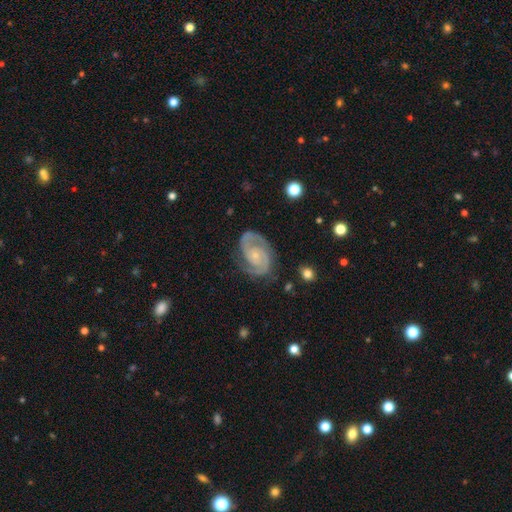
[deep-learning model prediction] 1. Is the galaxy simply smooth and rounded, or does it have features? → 90% featured or disk, 6% smooth, 5% star or artifact.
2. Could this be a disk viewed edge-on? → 98% no, 2% yes.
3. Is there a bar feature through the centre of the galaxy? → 64% no, 29% weak, 7% strong.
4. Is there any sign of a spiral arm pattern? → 98% yes, 2% no.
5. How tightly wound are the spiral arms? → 50% tight, 42% medium, 7% loose.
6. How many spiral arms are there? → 89% 2, 4% can't tell, 3% 3, 2% 1, 1% 4, 1% more than 4.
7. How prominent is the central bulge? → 69% small, 23% moderate, 5% none, 2% large, 1% dominant.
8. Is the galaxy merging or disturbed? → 78% none, 15% minor disturbance, 6% major disturbance, 1% merger.